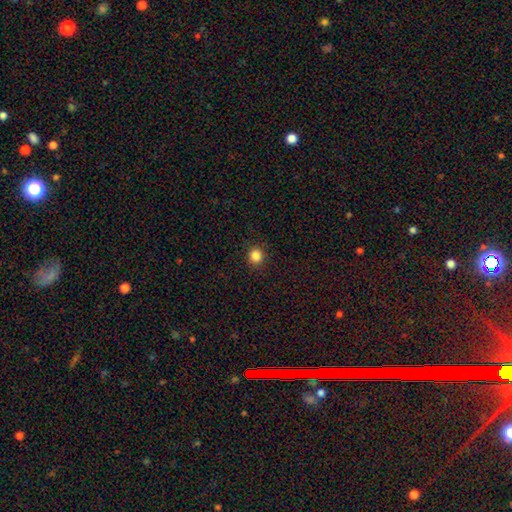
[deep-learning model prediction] A smooth galaxy with no disk features (84%) that is round (92%).

Vote fractions:
- Smooth or featured? smooth: 84% / star or artifact: 12% / featured or disk: 4%
- How rounded? round: 92% / in between: 7% / cigar-shaped: 1%
- Merging? none: 92% / minor disturbance: 6% / major disturbance: 2% / merger: 1%